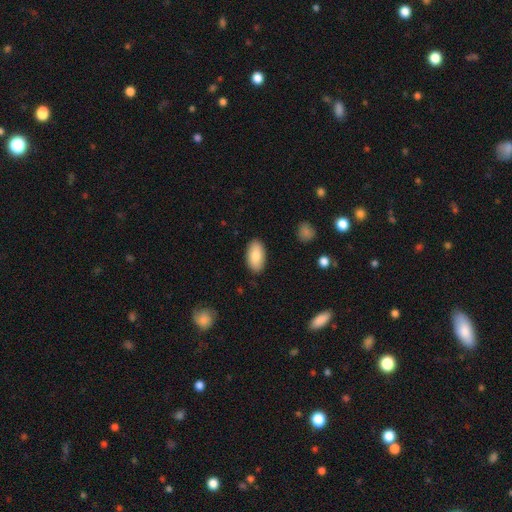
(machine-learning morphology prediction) Smooth or featured?
  - smooth: 83% *
  - featured or disk: 11%
  - star or artifact: 6%
How rounded?
  - in between: 95% *
  - round: 3%
  - cigar-shaped: 3%
Merging?
  - none: 87% *
  - minor disturbance: 9%
  - major disturbance: 2%
  - merger: 1%